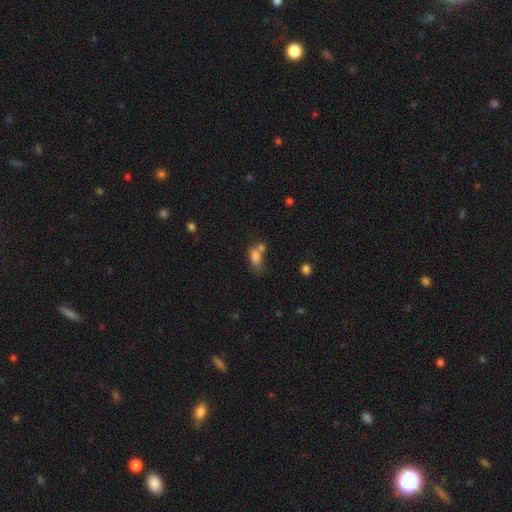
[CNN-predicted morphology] smooth-or-featured: smooth: 79% | star or artifact: 11% | featured or disk: 10%
  how-rounded: in between: 82% | cigar-shaped: 10% | round: 7%
  merging: none: 36% (tied) | merger: 36% (tied) | minor disturbance: 18% | major disturbance: 10%